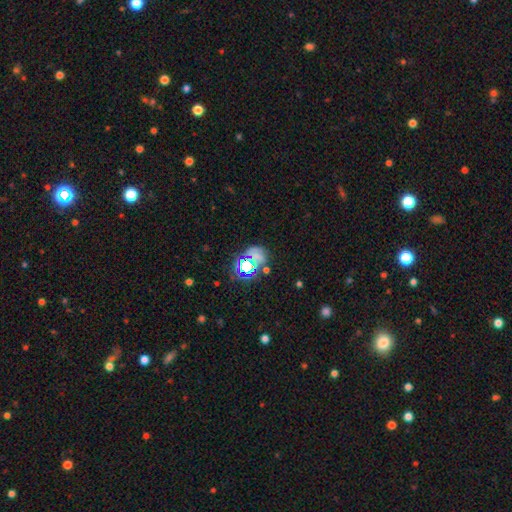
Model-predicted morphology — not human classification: A star or artifact, not a galaxy (52%).

Vote fractions:
- Smooth or featured? star or artifact: 52% / smooth: 34% / featured or disk: 14%